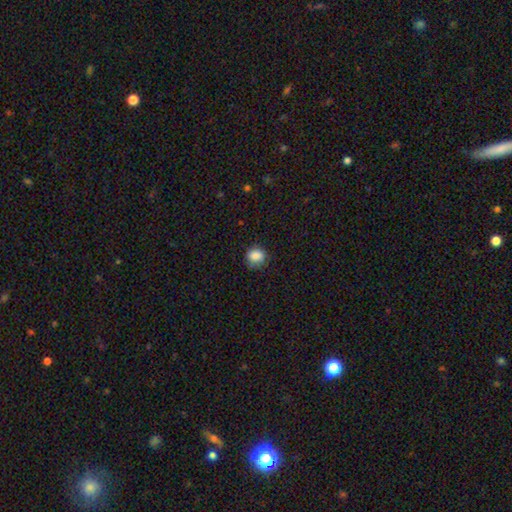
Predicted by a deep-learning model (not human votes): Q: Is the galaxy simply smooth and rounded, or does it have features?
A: smooth — 85%.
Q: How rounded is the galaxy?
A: round — 70%.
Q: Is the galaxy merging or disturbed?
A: none — 74%.